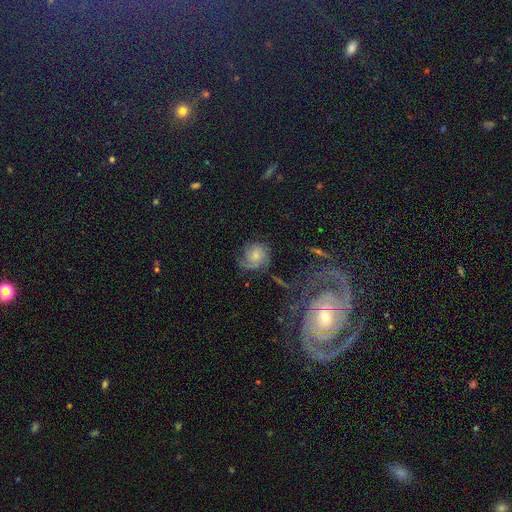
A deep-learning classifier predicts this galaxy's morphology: A featured or disk galaxy (56%) with no bar (77%), spiral arms (90%) and a small central bulge (58%). Merging: none (57%).